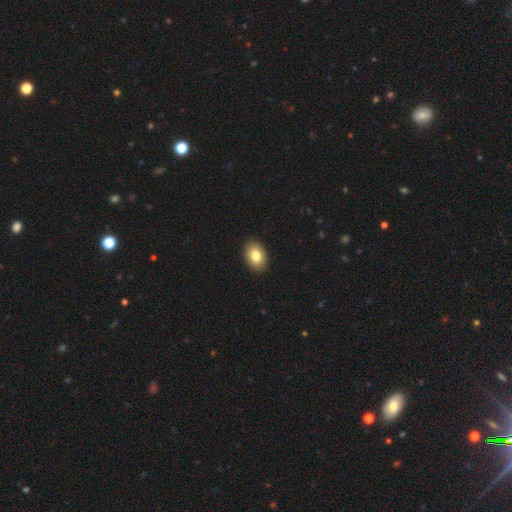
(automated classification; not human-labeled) smooth 83%, featured or disk 10%, star or artifact 8%. Down the decision tree: how rounded — in between (85%); merging — none (91%).